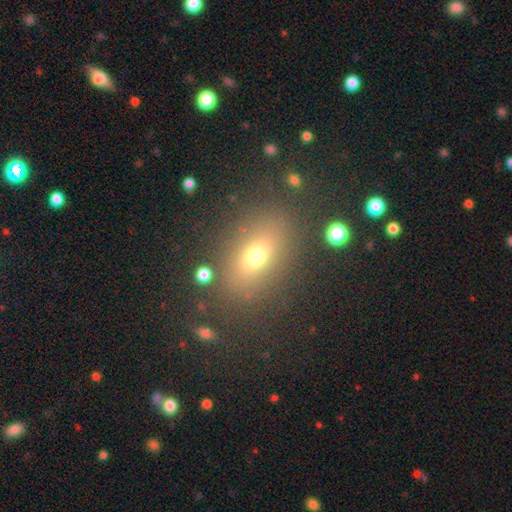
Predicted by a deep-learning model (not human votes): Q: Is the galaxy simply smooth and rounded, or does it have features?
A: smooth — 66%.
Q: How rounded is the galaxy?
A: in between — 76%.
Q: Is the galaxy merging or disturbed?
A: none — 83%.